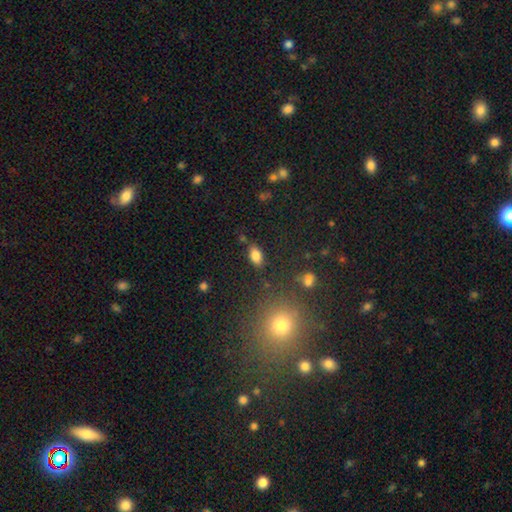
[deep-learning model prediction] A smooth galaxy with no disk features (82%) that is in between round and cigar-shaped (90%).

Vote fractions:
- Smooth or featured? smooth: 82% / star or artifact: 10% / featured or disk: 8%
- How rounded? in between: 90% / round: 7% / cigar-shaped: 3%
- Merging? none: 81% / minor disturbance: 12% / merger: 4% / major disturbance: 3%